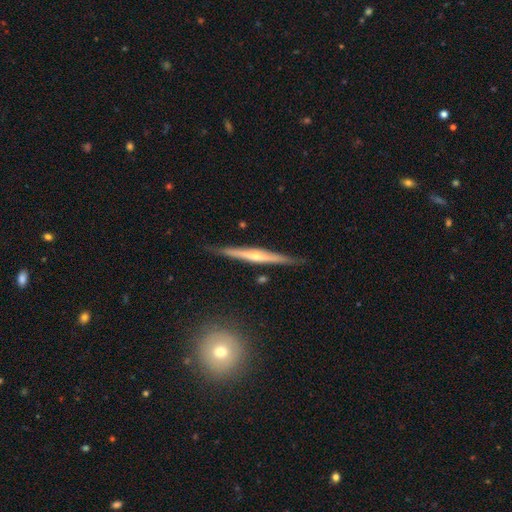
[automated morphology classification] featured or disk 81%, smooth 13%, star or artifact 6%. Down the decision tree: edge-on disk — yes (97%); edge-on bulge — rounded (78%); merging — none (89%).